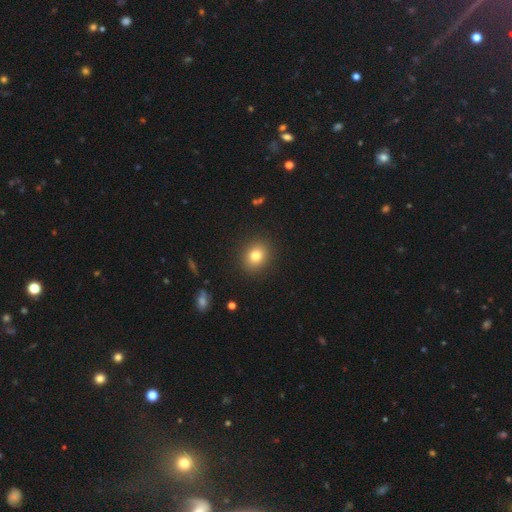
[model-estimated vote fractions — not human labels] Smooth or featured: smooth — 80% (star or artifact — 11%)
How rounded: round — 62% (in between — 37%)
Merging: none — 90% (minor disturbance — 7%)